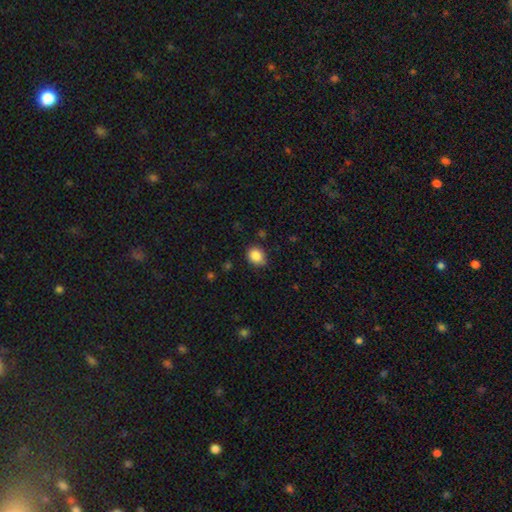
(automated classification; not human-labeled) The model was most divided on "how rounded": round: 55%, in between: 44%, cigar-shaped: 1%. More confident: smooth or featured — smooth (87%); merging — none (76%).